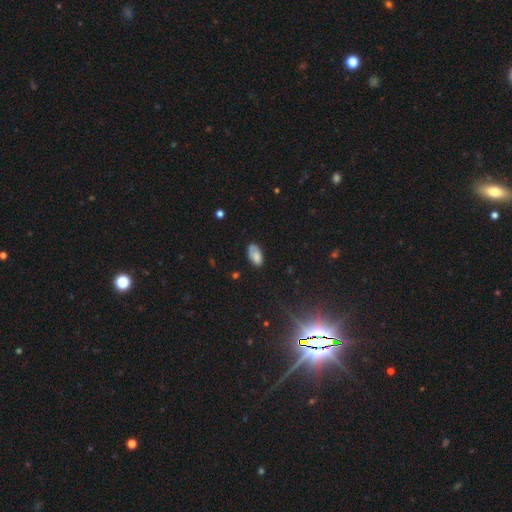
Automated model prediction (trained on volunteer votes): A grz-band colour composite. It shows a smooth galaxy with no disk features (77%) that is in between round and cigar-shaped (94%). Merging: none (65%).